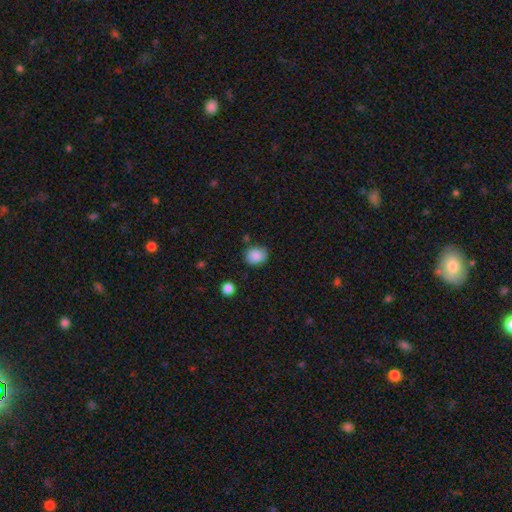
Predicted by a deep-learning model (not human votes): This appears to be a smooth galaxy with no disk features (86%) that is round (58%). Merging: none (77%).